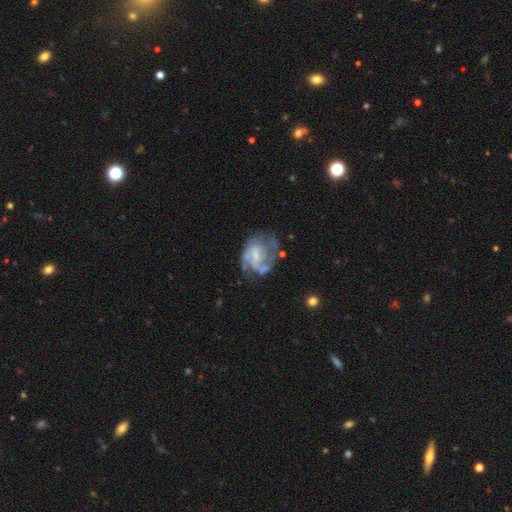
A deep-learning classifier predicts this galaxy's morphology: Smooth or featured? Predicted: featured or disk (p=0.76). Edge-on disk? Predicted: no (p=0.98). Bar? Predicted: weak (p=0.44, tied with no). Spiral arms? Predicted: yes (p=0.78). Spiral winding? Predicted: medium (p=0.43). Spiral arm count? Predicted: 2 (p=0.33, tied with can't tell). Bulge size? Predicted: none (p=0.36). Merging? Predicted: none (p=0.46).